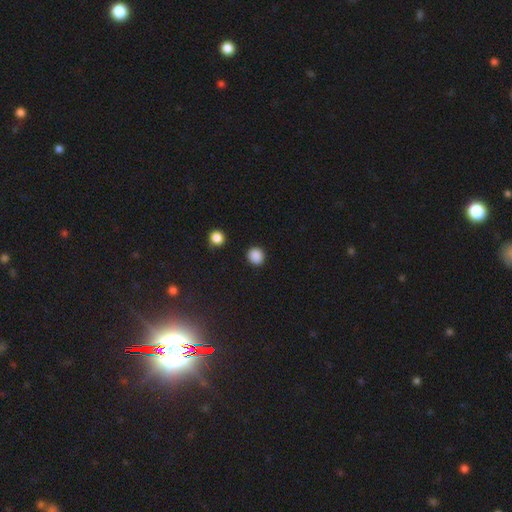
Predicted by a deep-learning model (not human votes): Smooth or featured? Predicted: smooth (p=0.87). How rounded? Predicted: round (p=0.89). Merging? Predicted: none (p=0.90).